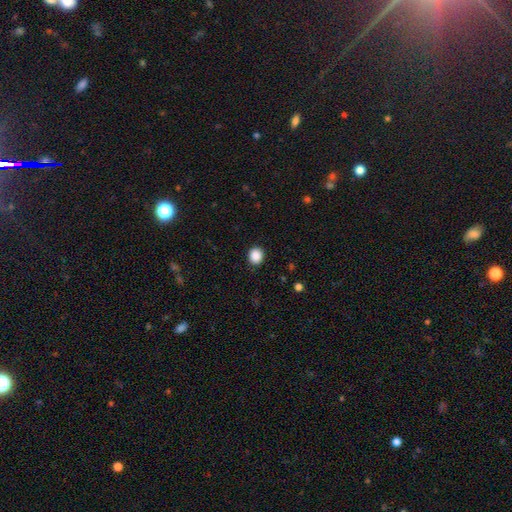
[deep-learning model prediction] Smooth or featured? Predicted: smooth (p=0.89). How rounded? Predicted: round (p=0.74). Merging? Predicted: none (p=0.90).